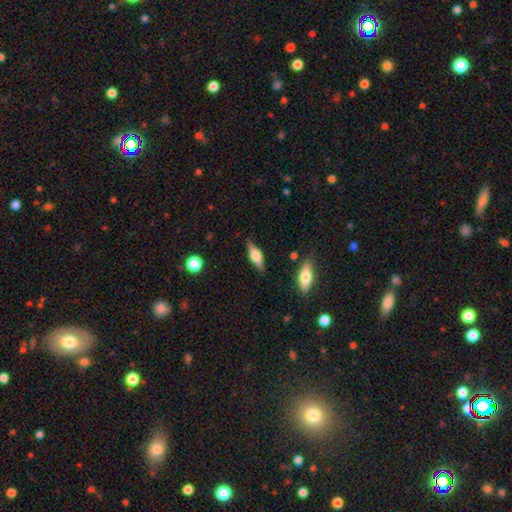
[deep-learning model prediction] A featured or disk galaxy (48%).

Vote fractions:
- Smooth or featured? featured or disk: 48% / smooth: 45% / star or artifact: 7%
- Merging? none: 82% / minor disturbance: 12% / major disturbance: 3% / merger: 2%